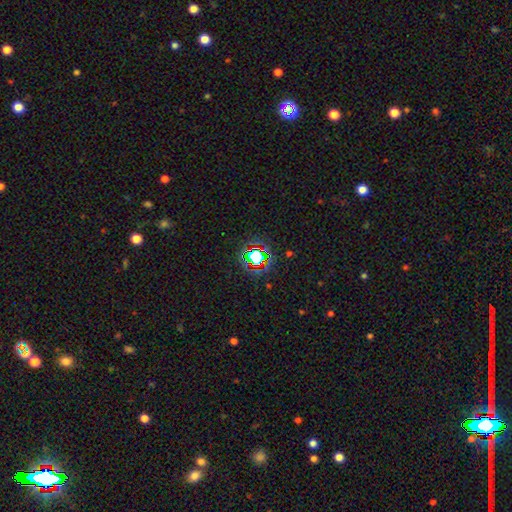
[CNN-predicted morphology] Smooth or featured: star or artifact — 67% (smooth — 21%)